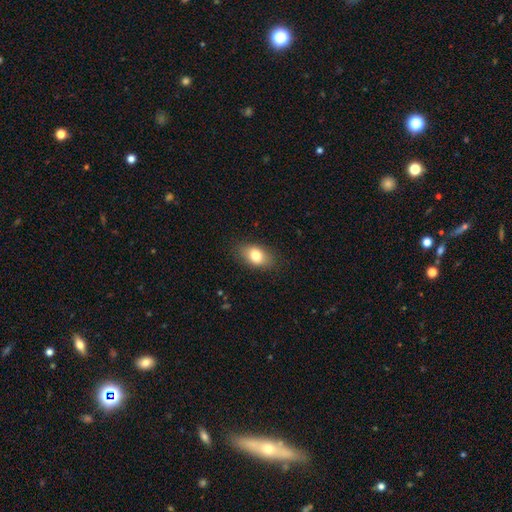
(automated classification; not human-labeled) Morphology: type=smooth (79%); roundness=in between (84%); merging=none (84%).